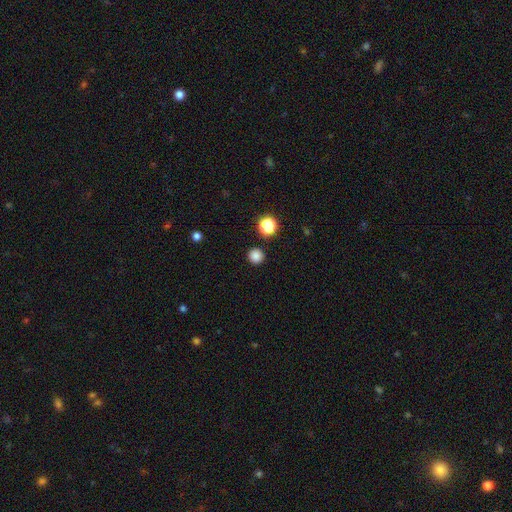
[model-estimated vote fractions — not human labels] A smooth galaxy with no disk features (83%) that is round (95%).

Vote fractions:
- Smooth or featured? smooth: 83% / star or artifact: 13% / featured or disk: 4%
- How rounded? round: 95% / in between: 4% / cigar-shaped: 1%
- Merging? none: 92% / minor disturbance: 5% / merger: 2% / major disturbance: 2%